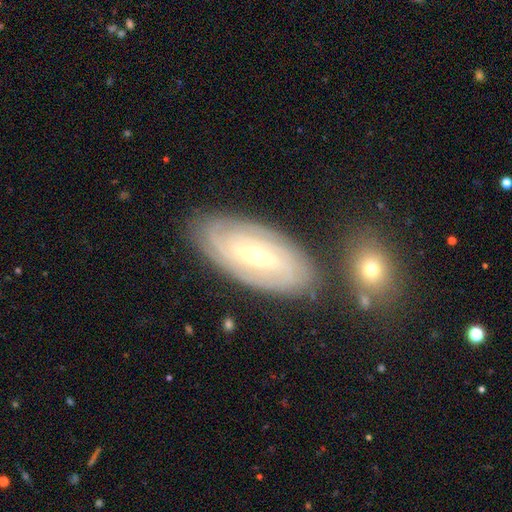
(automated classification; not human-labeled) Morphology: type=featured or disk (81%); edge-on=no (91%); bar=weak (47%); spiral arms=yes (92%); winding=tight (74%); arm count=can't tell (43%); bulge=small (58%); merging=none (81%).